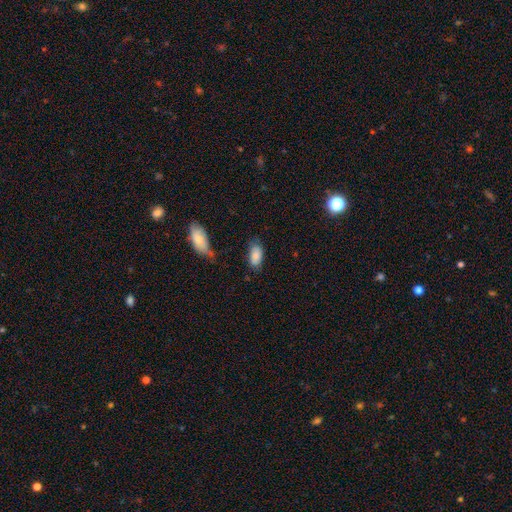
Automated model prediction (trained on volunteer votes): Morphology: type=smooth (83%); roundness=in between (92%); merging=none (65%).